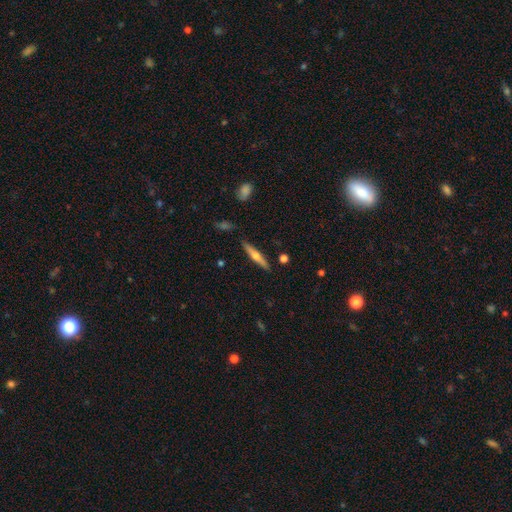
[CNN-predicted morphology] Smooth or featured? featured or disk (54%)
Edge-on disk? yes (96%)
Edge-on bulge? rounded (88%)
Merging? none (89%)